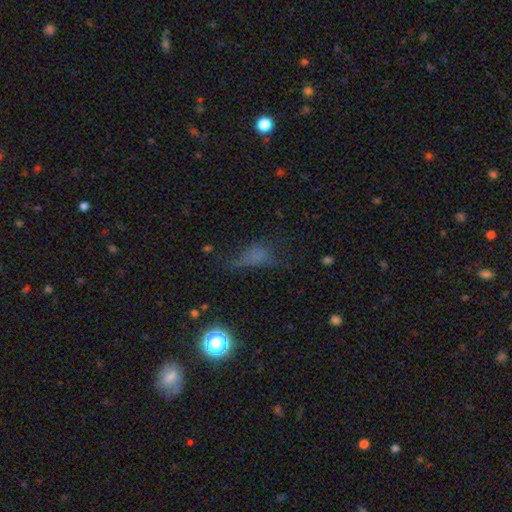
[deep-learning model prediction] A smooth galaxy with no disk features (51%) that is in between round and cigar-shaped (57%). Merging: none (41%).